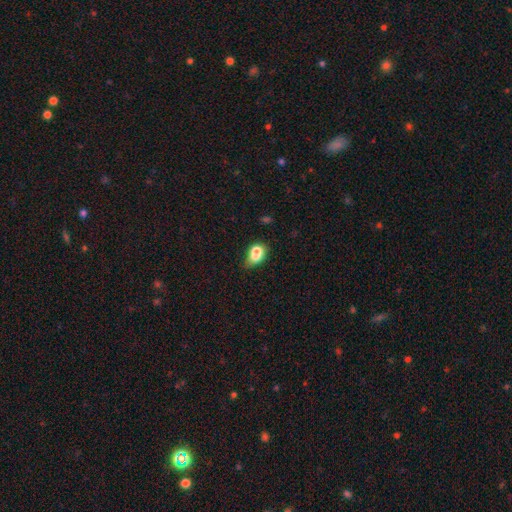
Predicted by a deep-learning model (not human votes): Smooth or featured?
  - smooth: 74% *
  - featured or disk: 15%
  - star or artifact: 11%
How rounded?
  - in between: 67% *
  - round: 32%
  - cigar-shaped: 2%
Merging?
  - merger: 33% *
  - none: 29%
  - minor disturbance: 25%
  - major disturbance: 13%